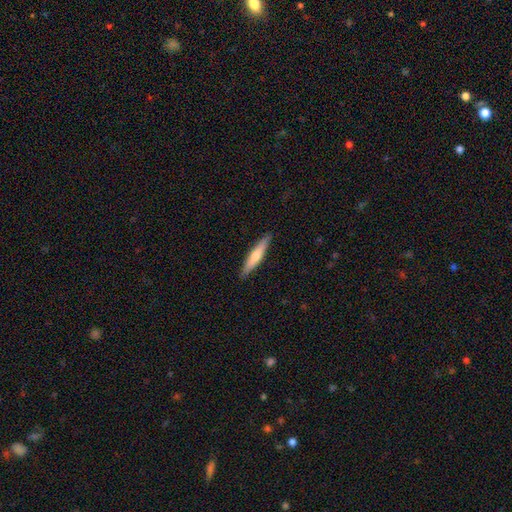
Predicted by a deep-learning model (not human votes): The model was most divided on "smooth or featured": smooth: 54%, featured or disk: 40%, star or artifact: 5%. More confident: merging — none (91%); how rounded — cigar-shaped (89%).